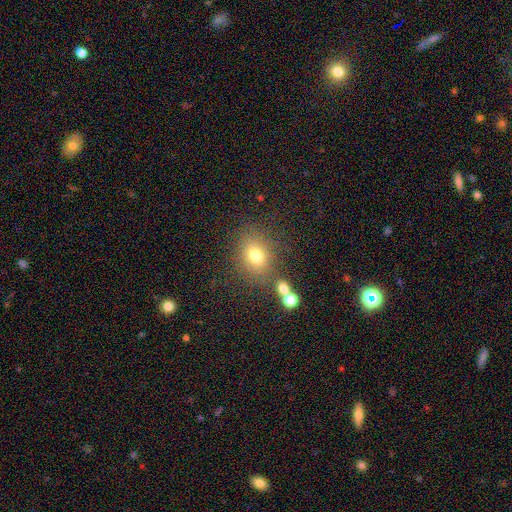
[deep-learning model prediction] A smooth galaxy with no disk features (74%) that is round (50%).

Vote fractions:
- Smooth or featured? smooth: 74% / star or artifact: 15% / featured or disk: 11%
- How rounded? round: 50% / in between: 49% / cigar-shaped: 1%
- Merging? none: 72% / minor disturbance: 13% / merger: 9% / major disturbance: 6%